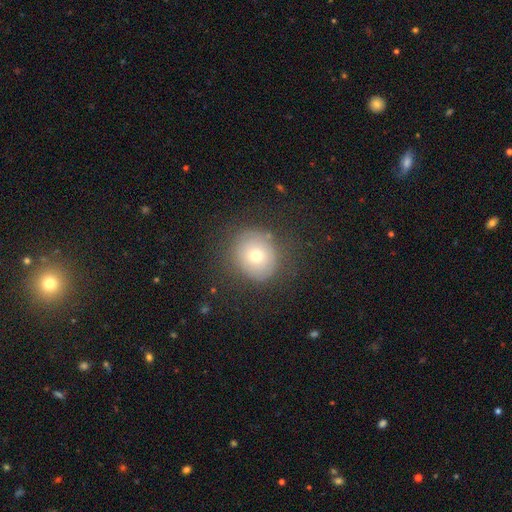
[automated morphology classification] smooth 65%, featured or disk 22%, star or artifact 14%. Down the decision tree: how rounded — round (83%); merging — none (78%).